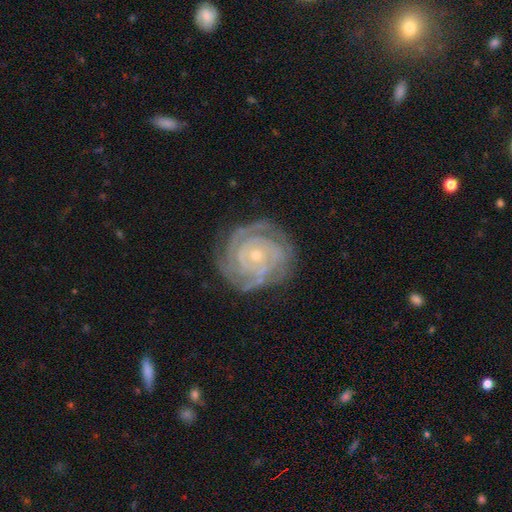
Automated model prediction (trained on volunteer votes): Smooth or featured? featured or disk (90%)
Edge-on disk? no (98%)
Bar? no (76%)
Spiral arms? yes (98%)
Spiral winding? tight (83%)
Spiral arm count? 3 (28%)
Bulge size? small (72%)
Merging? none (78%)